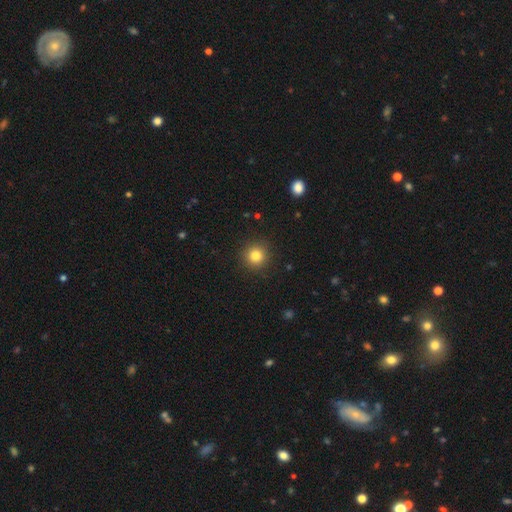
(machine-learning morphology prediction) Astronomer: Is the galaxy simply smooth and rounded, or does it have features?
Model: smooth — 82%.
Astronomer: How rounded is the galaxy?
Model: round — 94%.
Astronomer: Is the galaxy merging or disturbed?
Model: none — 91%.